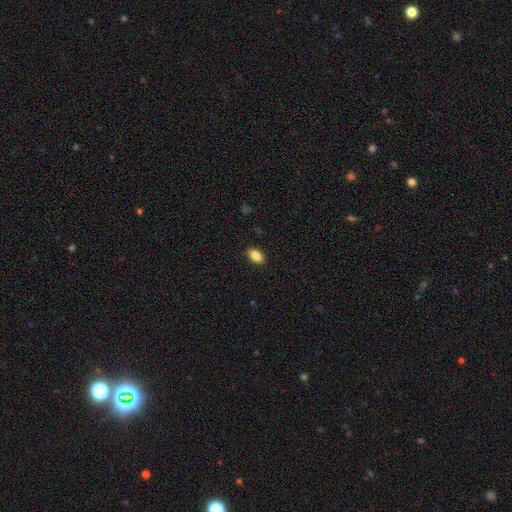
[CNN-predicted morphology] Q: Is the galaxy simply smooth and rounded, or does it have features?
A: smooth — 87%.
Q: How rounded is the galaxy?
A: in between — 91%.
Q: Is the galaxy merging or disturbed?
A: none — 87%.